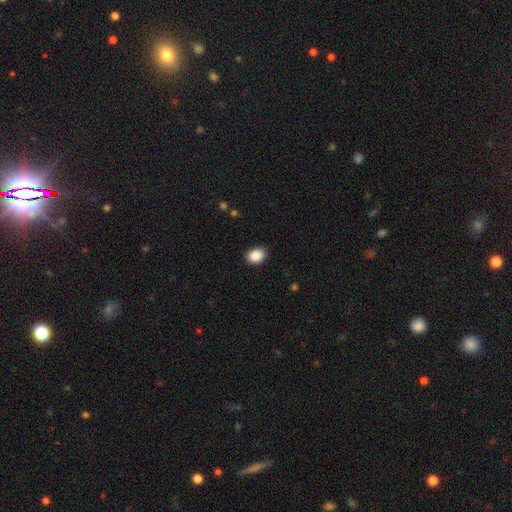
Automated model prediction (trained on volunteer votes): This is clearly a smooth galaxy (89%). How rounded: likely in between (61%). Merging: clearly none (89%).